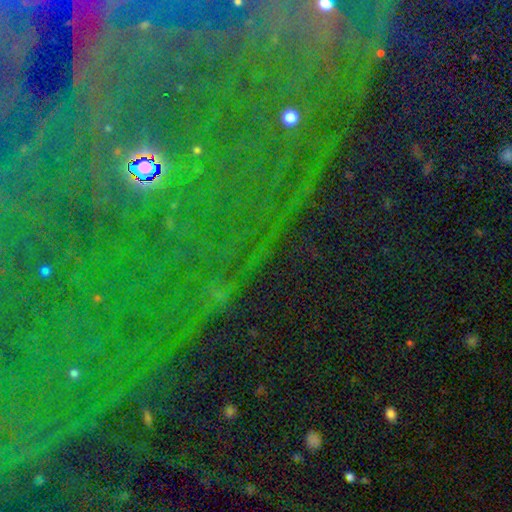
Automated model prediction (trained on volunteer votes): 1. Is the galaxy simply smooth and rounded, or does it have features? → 80% star or artifact, 11% featured or disk, 9% smooth.